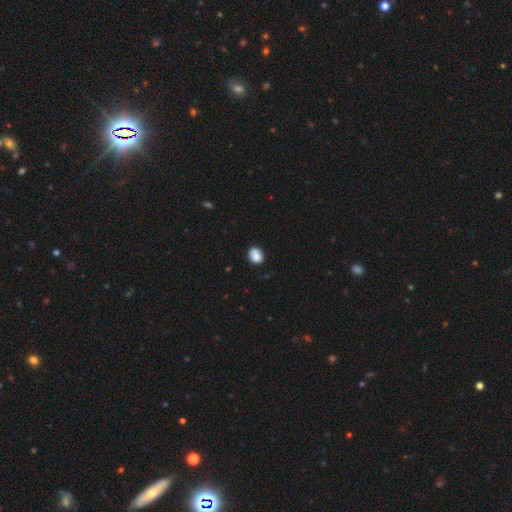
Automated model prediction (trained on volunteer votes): This appears to be a smooth galaxy with no disk features (84%) that is round (55%). Merging: none (76%).